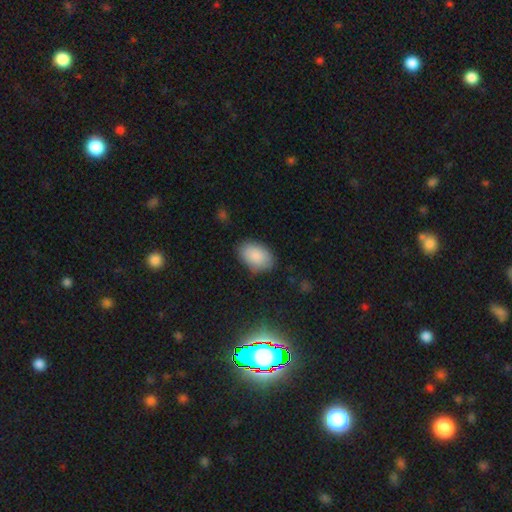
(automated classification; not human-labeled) Smooth or featured?
  - smooth: 88% *
  - star or artifact: 7%
  - featured or disk: 5%
How rounded?
  - in between: 91% *
  - round: 8%
  - cigar-shaped: 1%
Merging?
  - none: 81% *
  - minor disturbance: 15%
  - major disturbance: 3%
  - merger: 1%